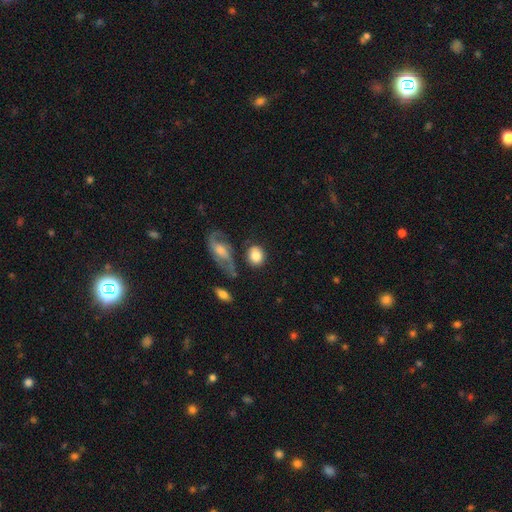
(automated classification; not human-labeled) Smooth or featured? Predicted: smooth (p=0.79). How rounded? Predicted: round (p=0.69). Merging? Predicted: none (p=0.67).